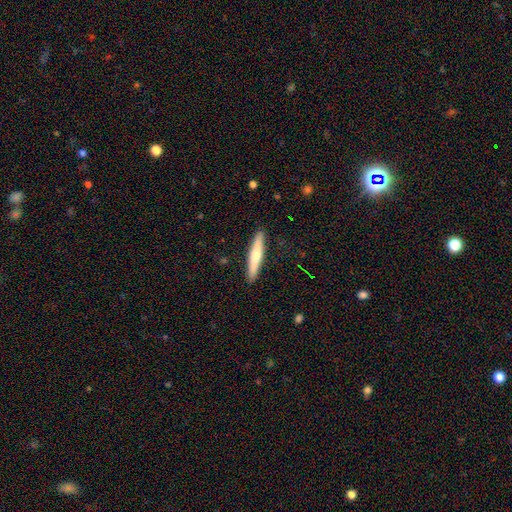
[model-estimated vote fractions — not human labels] This is likely a smooth galaxy (61%). How rounded: clearly cigar-shaped (92%). Merging: clearly none (90%).